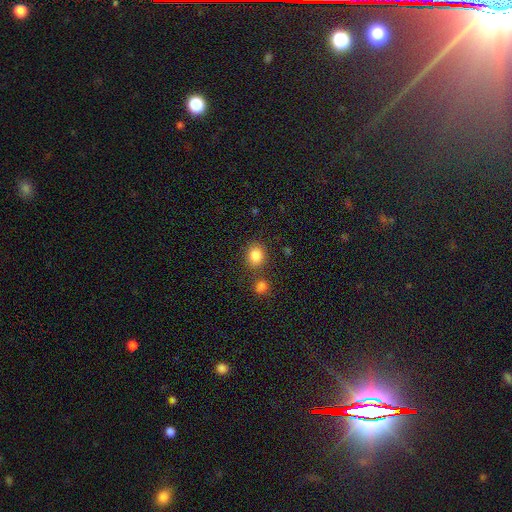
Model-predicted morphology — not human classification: Smooth or featured? Predicted: smooth (p=0.84). How rounded? Predicted: round (p=0.69). Merging? Predicted: none (p=0.74).